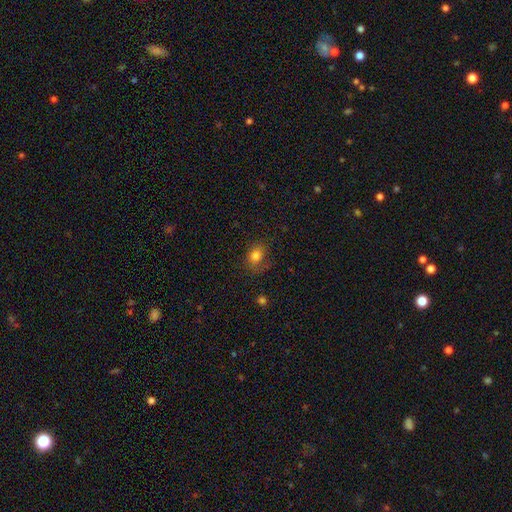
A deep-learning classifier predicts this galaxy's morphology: smooth-or-featured: smooth: 79% | star or artifact: 12% | featured or disk: 8%
  how-rounded: in between: 51% | round: 48% | cigar-shaped: 1%
  merging: none: 69% | minor disturbance: 20% | major disturbance: 8% | merger: 2%